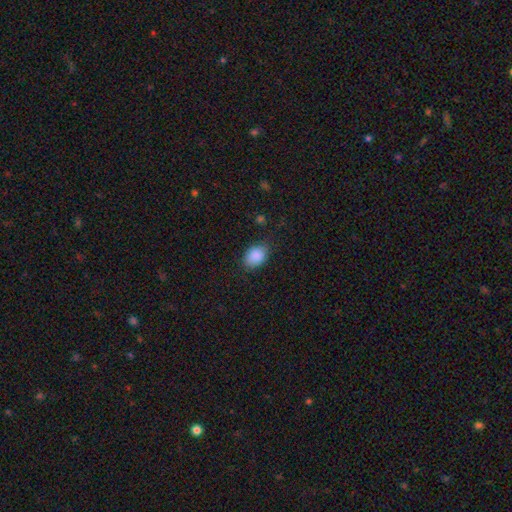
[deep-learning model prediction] Morphology: type=smooth (88%); roundness=in between (72%); merging=none (77%).